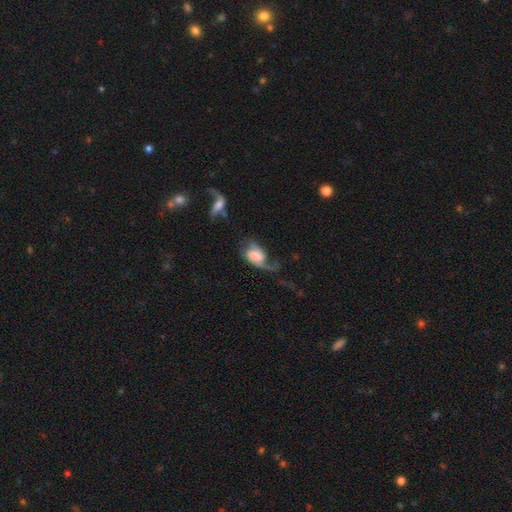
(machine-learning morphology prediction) This is possibly a featured or disk galaxy (59%). It is clearly not viewed edge-on (95%). Bar: likely no (63%). Spiral arm pattern: clearly yes (86%). Central bulge: marginally large (34%). Merging: possibly major disturbance (46%).